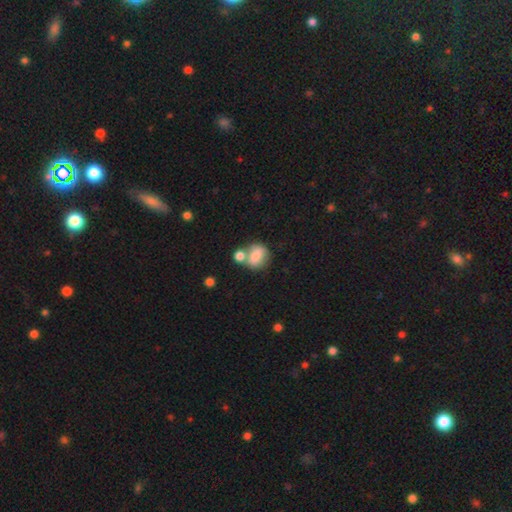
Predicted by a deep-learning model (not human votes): Morphology: type=smooth (77%); roundness=round (49%, tied with in between); merging=merger (44%).